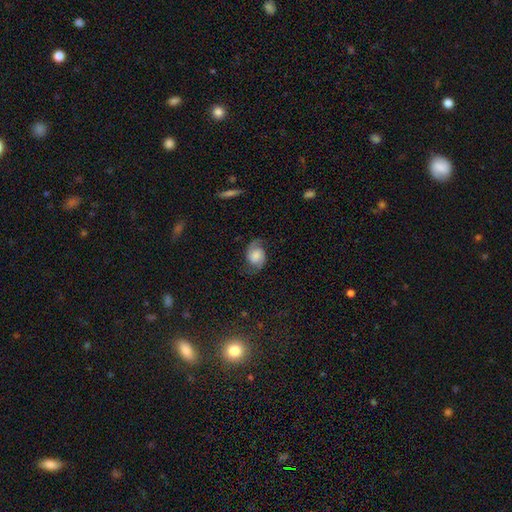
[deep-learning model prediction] smooth-or-featured: featured or disk: 67% | smooth: 25% | star or artifact: 9%
  disk-edge-on: no: 97% | yes: 3%
    bar: no: 63% | weak: 30% | strong: 7%
    has-spiral-arms: yes: 94% | no: 6%
      spiral-winding: medium: 45% | loose: 35% | tight: 20%
      spiral-arm-count: 2: 91% | can't tell: 4% | 1: 3% | 3: 1% | 4: 1% | more than 4: 1%
    bulge-size: large: 28% | moderate: 26% | none: 19% | small: 19% | dominant: 8%
  merging: none: 72% | minor disturbance: 18% | major disturbance: 8% | merger: 1%